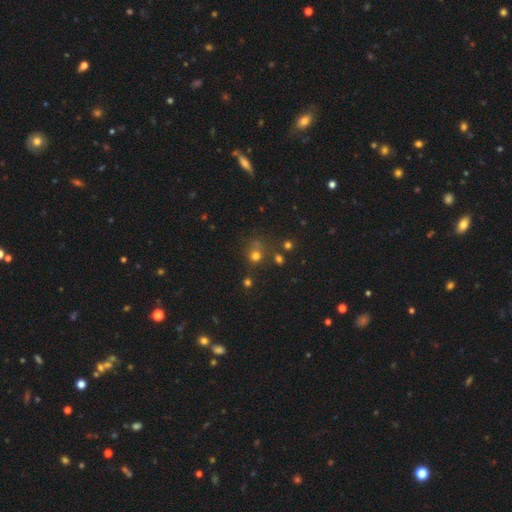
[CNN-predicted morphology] smooth-or-featured: smooth: 69% | star or artifact: 22% | featured or disk: 9%
  how-rounded: round: 80% | in between: 19% | cigar-shaped: 1%
  merging: none: 57% | minor disturbance: 17% | merger: 15% | major disturbance: 11%